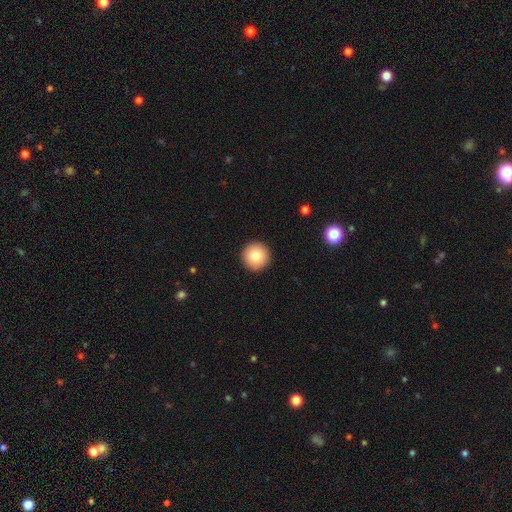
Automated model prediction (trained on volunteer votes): Smooth or featured? smooth (81%)
How rounded? round (96%)
Merging? none (93%)